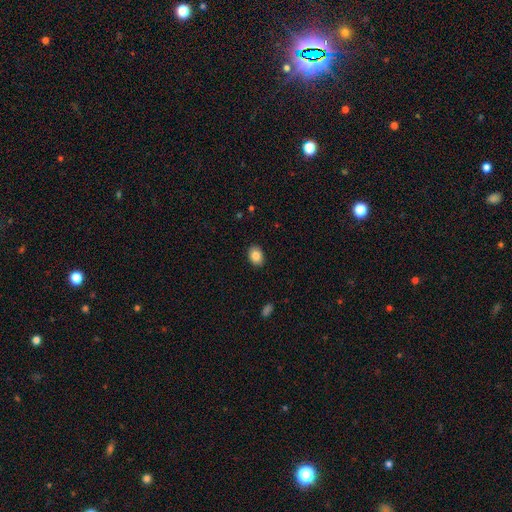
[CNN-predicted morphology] A smooth galaxy with no disk features (86%) that is in between round and cigar-shaped (73%).

Vote fractions:
- Smooth or featured? smooth: 86% / star or artifact: 8% / featured or disk: 6%
- How rounded? in between: 73% / round: 27% / cigar-shaped: 1%
- Merging? none: 89% / minor disturbance: 8% / major disturbance: 2% / merger: 1%